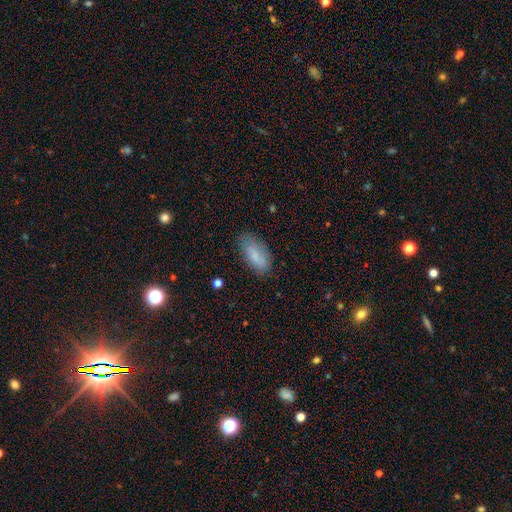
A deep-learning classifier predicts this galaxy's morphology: type=smooth (81%); roundness=in between (85%); merging=none (73%).